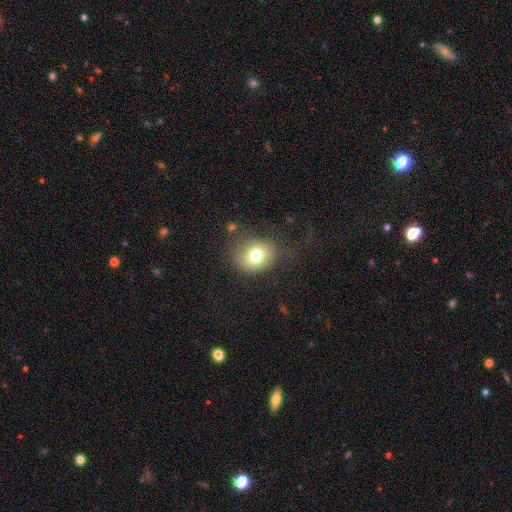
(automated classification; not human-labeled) Smooth or featured? smooth (76%)
How rounded? round (60%)
Merging? none (66%)